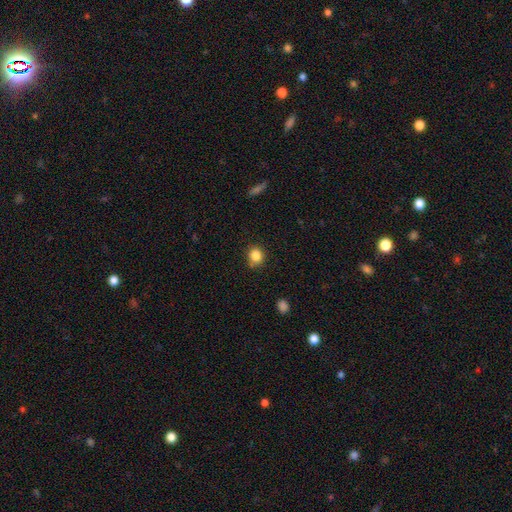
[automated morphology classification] smooth-or-featured: smooth: 84% | star or artifact: 11% | featured or disk: 5%
  how-rounded: round: 81% | in between: 18% | cigar-shaped: 1%
  merging: none: 79% | minor disturbance: 14% | merger: 4% | major disturbance: 3%